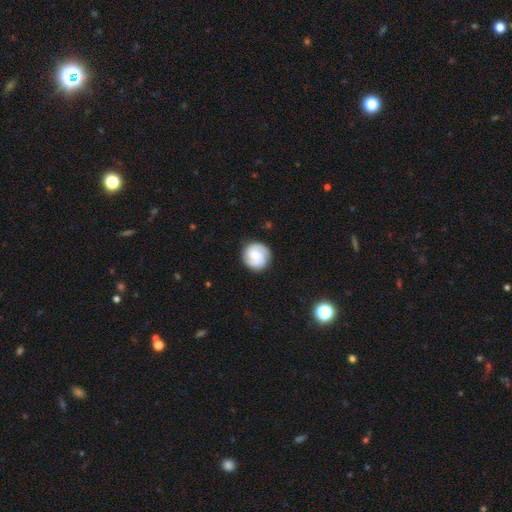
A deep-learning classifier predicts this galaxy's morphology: smooth-or-featured: featured or disk: 67% | smooth: 26% | star or artifact: 7%
  disk-edge-on: no: 98% | yes: 2%
    bar: no: 50% | weak: 41% | strong: 9%
    has-spiral-arms: yes: 95% | no: 5%
      spiral-winding: tight: 52% | medium: 38% | loose: 10%
      spiral-arm-count: 2: 60% | 3: 20% | can't tell: 10% | 1: 4% | 4: 3% | more than 4: 3%
    bulge-size: small: 43% | moderate: 35% | none: 14% | large: 7% | dominant: 2%
  merging: none: 85% | minor disturbance: 10% | major disturbance: 3% | merger: 1%